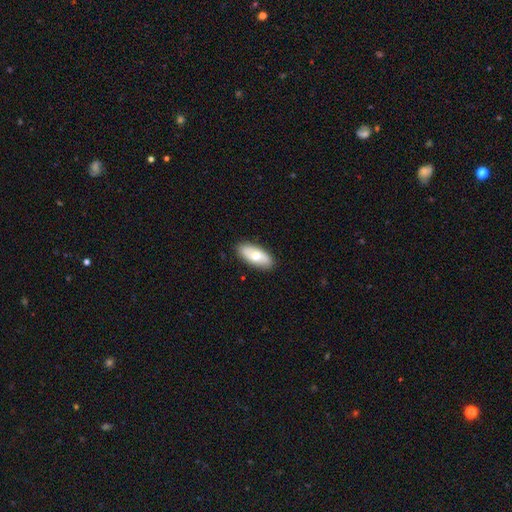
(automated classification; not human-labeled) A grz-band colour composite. It shows a smooth galaxy with no disk features (59%) that is in between round and cigar-shaped (85%). Merging: none (88%).